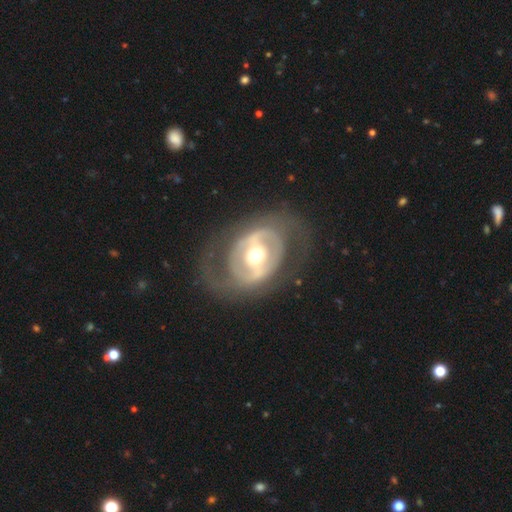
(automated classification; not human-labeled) Smooth or featured?
  - featured or disk: 77% *
  - smooth: 18%
  - star or artifact: 5%
Edge-on disk?
  - no: 94% *
  - yes: 6%
Bar?
  - strong: 39% *
  - no: 31%
  - weak: 30%
Spiral arms?
  - no: 58% *
  - yes: 42%
Bulge size?
  - moderate: 72% *
  - large: 13%
  - small: 13%
  - dominant: 1%
  - none: 1%
Merging?
  - none: 72% *
  - minor disturbance: 14%
  - major disturbance: 13%
  - merger: 1%